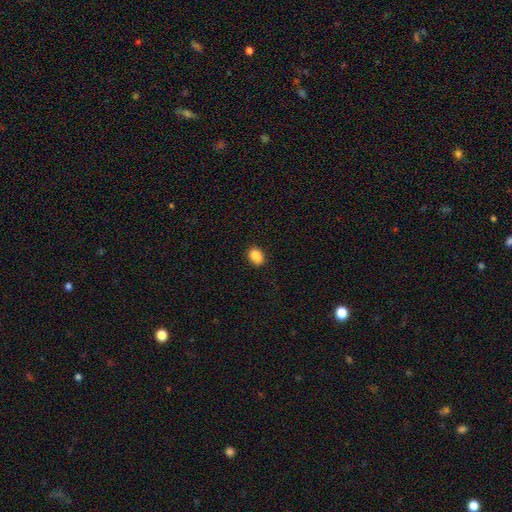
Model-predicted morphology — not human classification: Overall: smooth (86%). How rounded: in between (71%). Merging: none (74%).